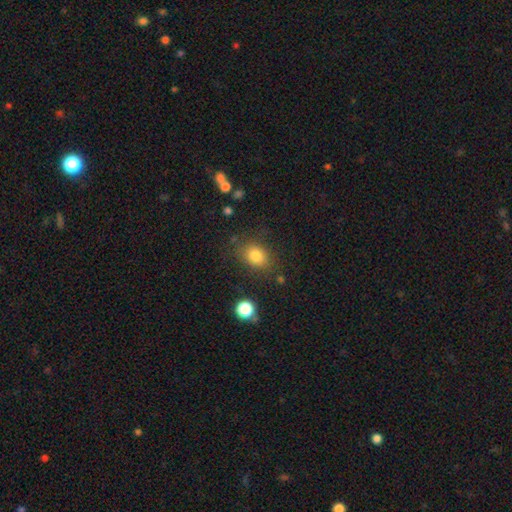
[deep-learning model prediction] This is clearly a smooth galaxy (81%). How rounded: possibly in between (59%). Merging: likely none (77%).